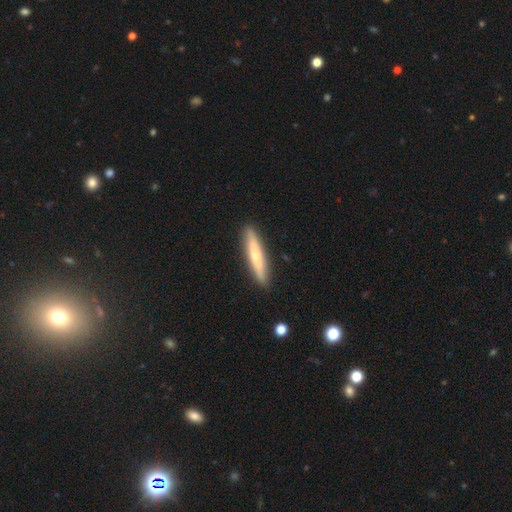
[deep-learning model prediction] Smooth or featured? smooth (55%)
How rounded? cigar-shaped (91%)
Merging? none (90%)